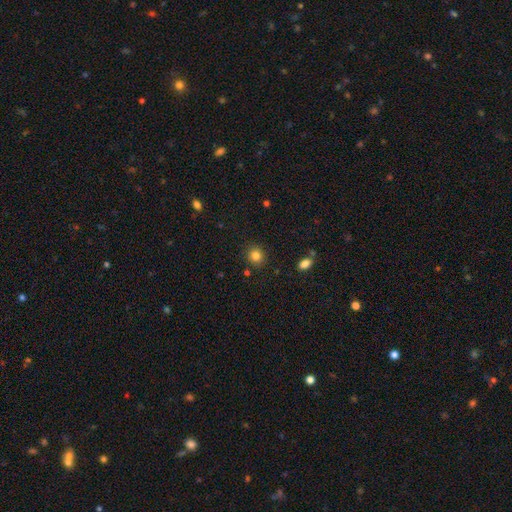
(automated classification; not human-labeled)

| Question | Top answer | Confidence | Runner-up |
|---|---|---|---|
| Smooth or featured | smooth | 82% | star or artifact (12%) |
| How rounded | round | 85% | in between (14%) |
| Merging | none | 88% | minor disturbance (7%) |